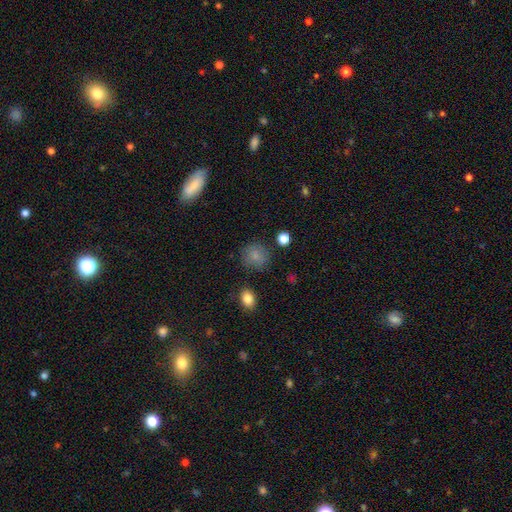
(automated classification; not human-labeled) Smooth or featured? smooth (83%)
How rounded? round (88%)
Merging? none (81%)